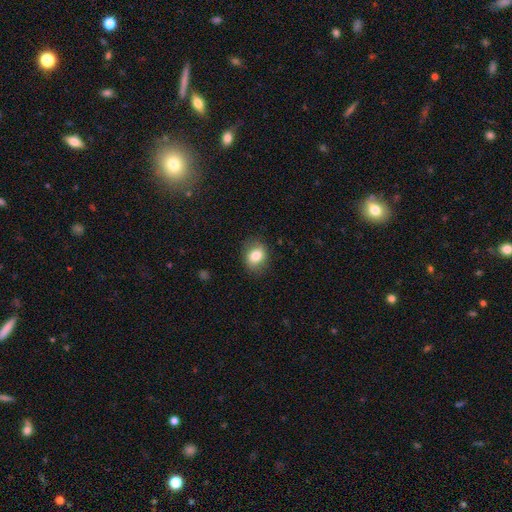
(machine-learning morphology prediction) type=smooth (81%); roundness=in between (58%); merging=none (82%).